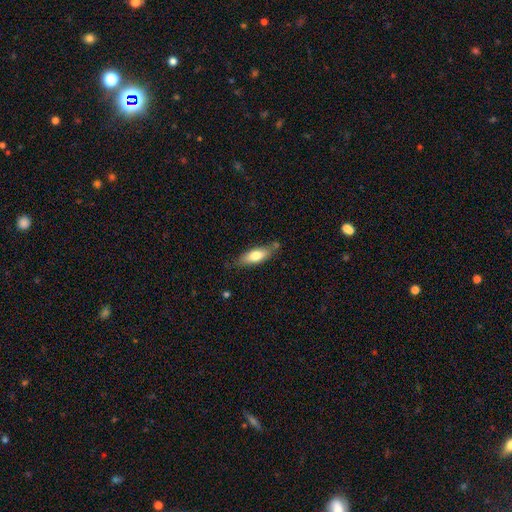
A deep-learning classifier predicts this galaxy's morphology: This appears to be a smooth galaxy with no disk features (71%) that is in between round and cigar-shaped (62%). Merging: none (72%).